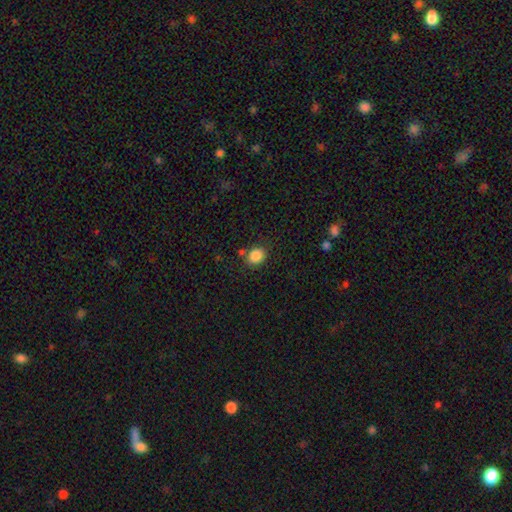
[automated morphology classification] This appears to be a smooth galaxy with no disk features (86%) that is round (67%). Merging: none (77%).